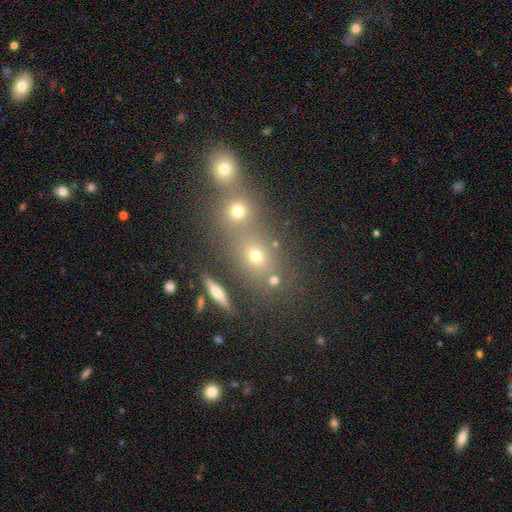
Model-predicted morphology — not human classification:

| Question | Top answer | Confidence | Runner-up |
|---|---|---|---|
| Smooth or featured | smooth | 53% | star or artifact (29%) |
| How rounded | round | 59% | in between (35%) |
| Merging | none | 52% | merger (36%) |